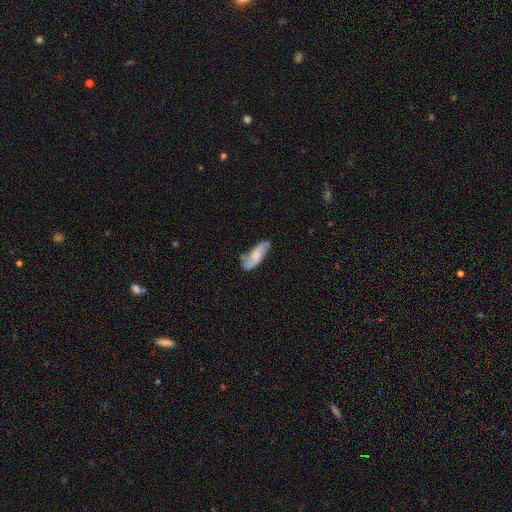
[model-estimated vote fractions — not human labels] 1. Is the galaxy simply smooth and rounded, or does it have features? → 48% featured or disk, 46% smooth, 6% star or artifact.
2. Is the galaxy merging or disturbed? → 71% none, 21% minor disturbance, 5% major disturbance, 3% merger.